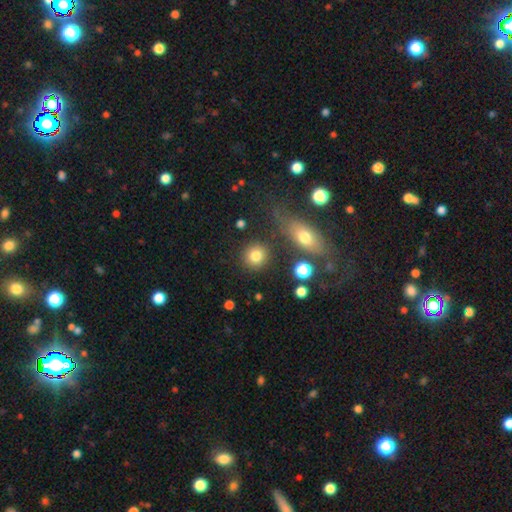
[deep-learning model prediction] Smooth or featured? Predicted: smooth (p=0.82). How rounded? Predicted: round (p=0.86). Merging? Predicted: none (p=0.82).